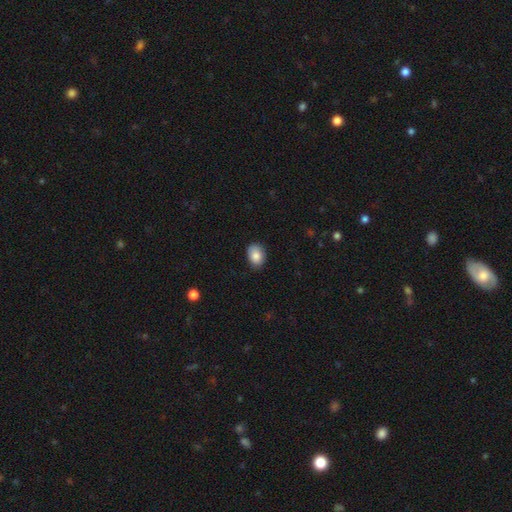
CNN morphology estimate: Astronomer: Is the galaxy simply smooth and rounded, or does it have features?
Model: smooth — 85%.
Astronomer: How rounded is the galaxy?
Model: in between — 75%.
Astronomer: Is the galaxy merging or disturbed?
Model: none — 80%.